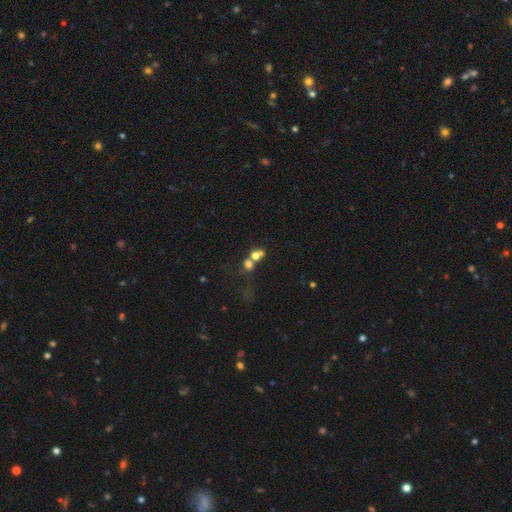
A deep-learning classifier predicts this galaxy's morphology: This appears to be a smooth galaxy with no disk features (67%) that is round (59%). Merging: merger (65%).